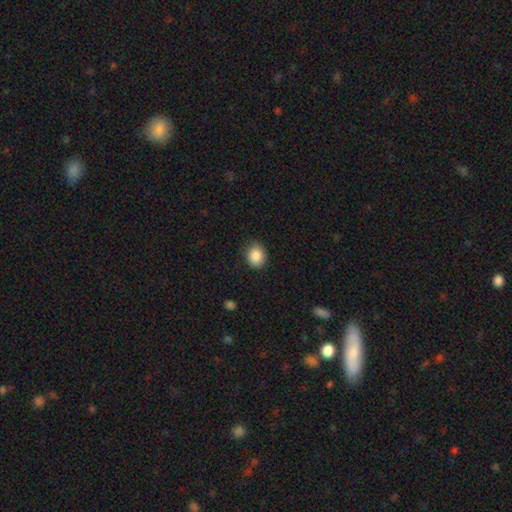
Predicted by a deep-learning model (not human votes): This is clearly a smooth galaxy (87%). How rounded: likely round (68%). Merging: likely none (78%).